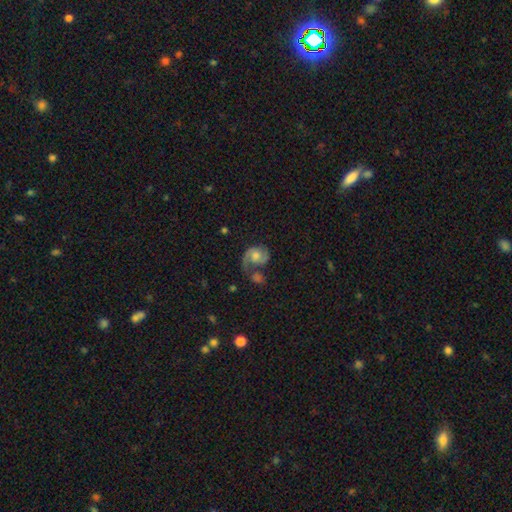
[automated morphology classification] A featured or disk galaxy (76%) with no bar (66%), 2 (70%) medium (47%) spiral arms (93%) and a moderate central bulge (53%). Merging: none (40%).